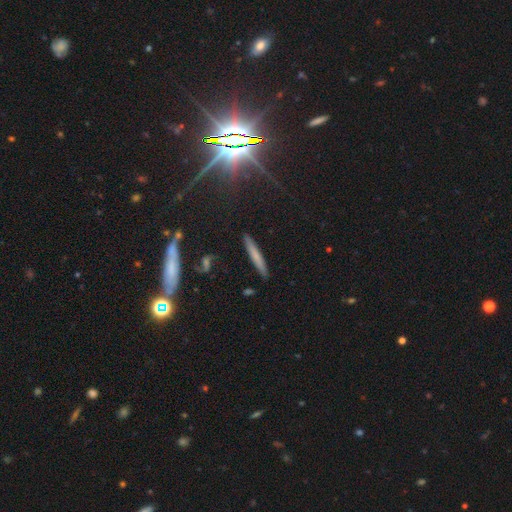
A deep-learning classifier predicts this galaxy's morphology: Smooth or featured?
  - smooth: 62% *
  - featured or disk: 29%
  - star or artifact: 9%
How rounded?
  - cigar-shaped: 94% *
  - in between: 4%
  - round: 2%
Merging?
  - none: 86% *
  - minor disturbance: 10%
  - merger: 2%
  - major disturbance: 2%